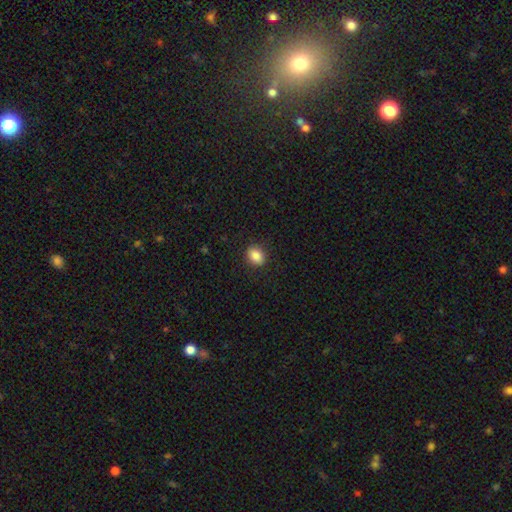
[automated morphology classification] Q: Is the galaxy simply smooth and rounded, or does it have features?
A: smooth — 87%.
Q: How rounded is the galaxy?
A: in between — 56%.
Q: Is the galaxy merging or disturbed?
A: none — 88%.